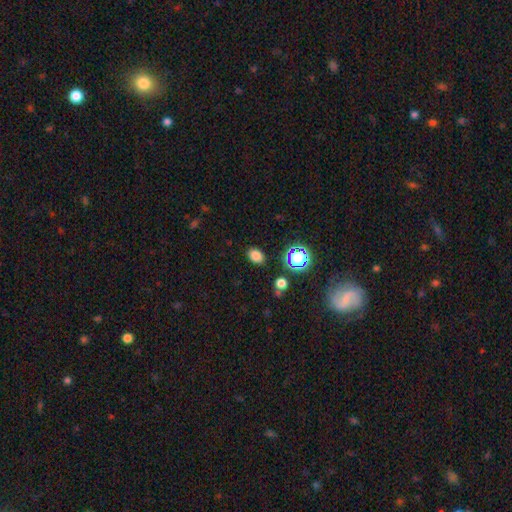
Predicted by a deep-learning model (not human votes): Smooth or featured? smooth (77%)
How rounded? in between (71%)
Merging? none (84%)